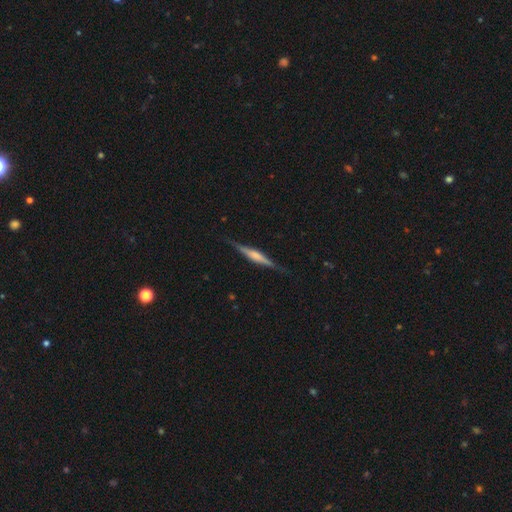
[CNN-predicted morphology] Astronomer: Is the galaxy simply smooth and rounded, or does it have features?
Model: featured or disk — 70%.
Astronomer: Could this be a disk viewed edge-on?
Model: yes — 98%.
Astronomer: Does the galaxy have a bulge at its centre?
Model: rounded — 55% (runner-up: boxy, 31%).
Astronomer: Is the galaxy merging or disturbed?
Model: none — 87%.